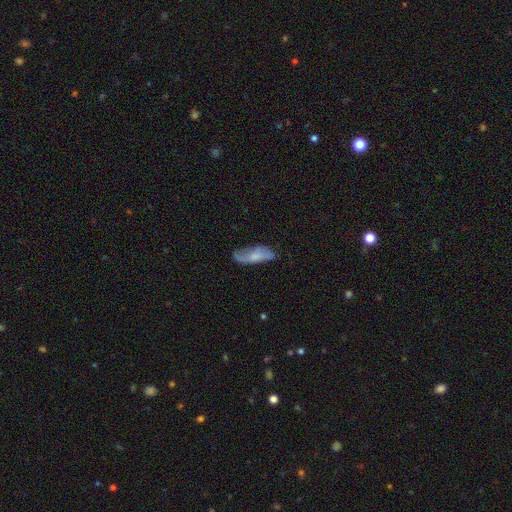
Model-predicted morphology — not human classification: type=smooth (58%); roundness=in between (64%); merging=none (56%).